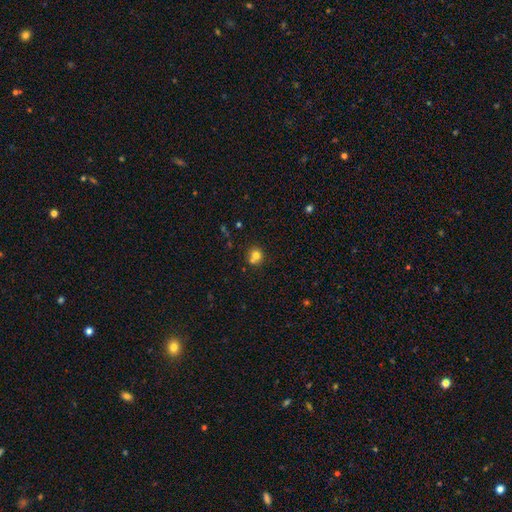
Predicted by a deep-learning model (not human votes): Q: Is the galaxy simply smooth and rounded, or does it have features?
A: smooth — 75%.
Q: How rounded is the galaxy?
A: round — 83%.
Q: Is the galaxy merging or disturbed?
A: none — 54%.